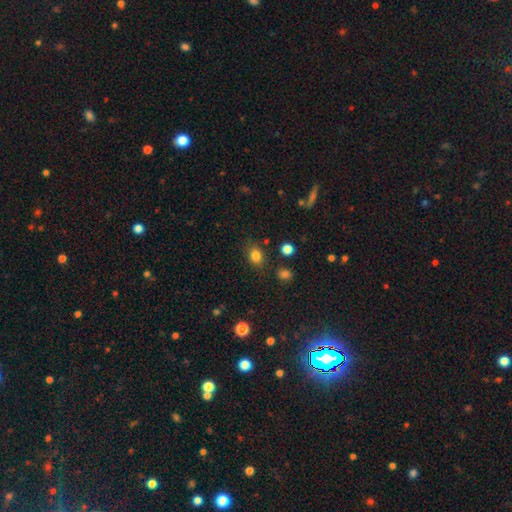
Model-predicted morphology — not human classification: This appears to be a smooth galaxy with no disk features (82%) that is in between round and cigar-shaped (51%). Merging: none (80%).